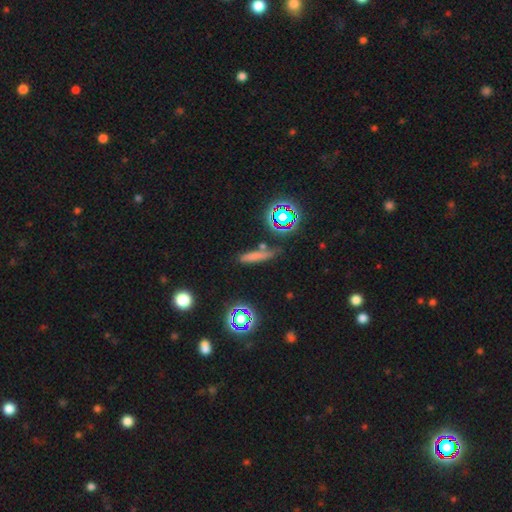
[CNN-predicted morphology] Smooth or featured? smooth (63%)
How rounded? cigar-shaped (83%)
Merging? none (74%)